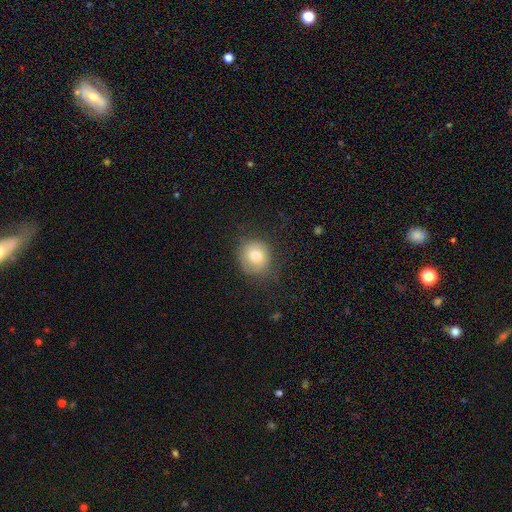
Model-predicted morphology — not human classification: Smooth or featured: smooth — 76% (featured or disk — 14%)
How rounded: round — 84% (in between — 15%)
Merging: none — 76% (minor disturbance — 17%)